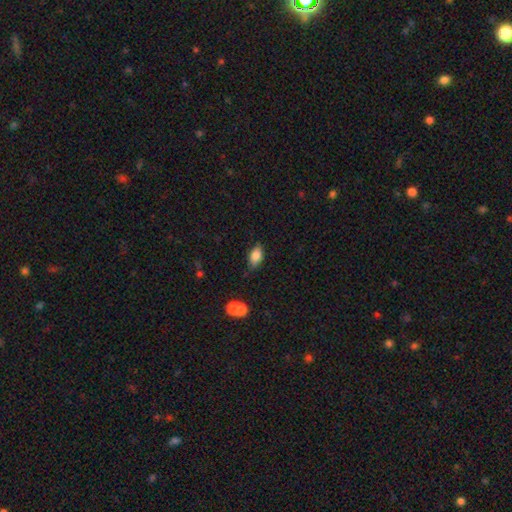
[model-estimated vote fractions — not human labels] smooth_or_featured: smooth (p=0.80) [alt: featured or disk p=0.12]
how_rounded: in between (p=0.88) [alt: cigar-shaped p=0.06]
merging: none (p=0.77) [alt: minor disturbance p=0.16]